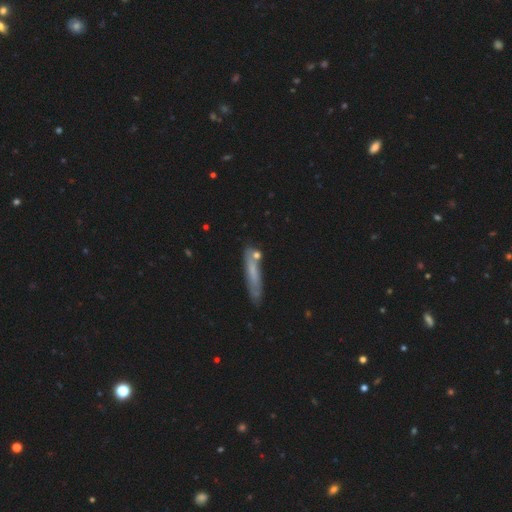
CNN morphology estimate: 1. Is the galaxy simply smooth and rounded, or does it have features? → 61% smooth, 30% featured or disk, 9% star or artifact.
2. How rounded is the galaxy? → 84% cigar-shaped, 12% in between, 4% round.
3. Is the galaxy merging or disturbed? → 70% none, 18% minor disturbance, 7% merger, 5% major disturbance.